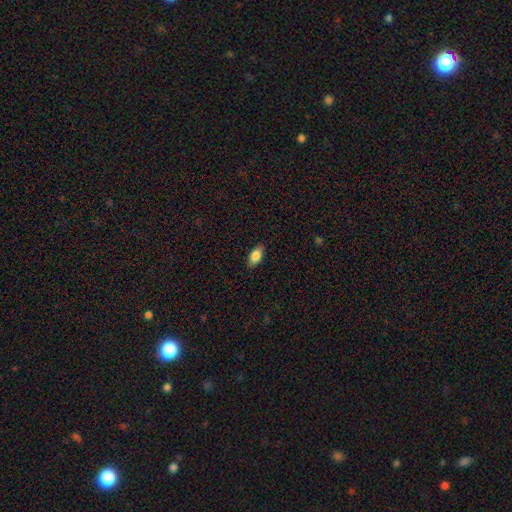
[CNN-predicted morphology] This appears to be a smooth galaxy with no disk features (84%) that is in between round and cigar-shaped (90%). Merging: none (87%).